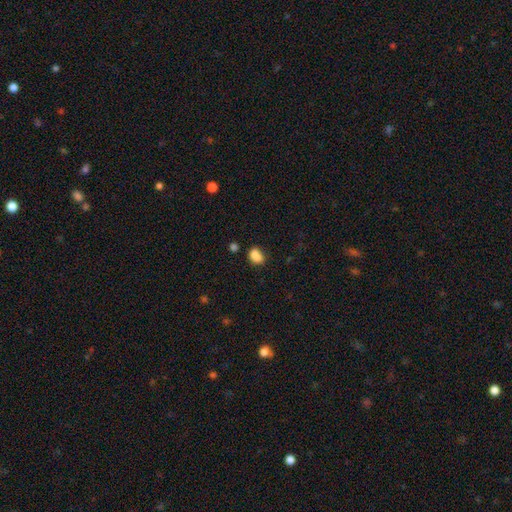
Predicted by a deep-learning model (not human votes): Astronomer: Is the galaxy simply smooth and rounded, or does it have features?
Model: smooth — 84%.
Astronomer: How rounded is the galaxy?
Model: in between — 74%.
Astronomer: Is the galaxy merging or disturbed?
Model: none — 60%.